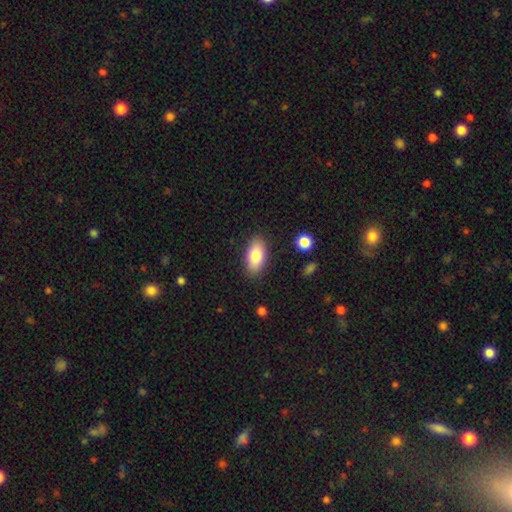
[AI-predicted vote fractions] Morphology: type=smooth (80%); roundness=in between (90%); merging=none (87%).